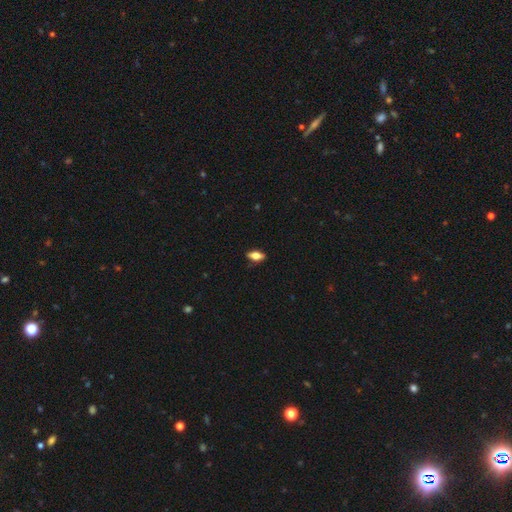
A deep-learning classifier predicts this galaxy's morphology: type=smooth (64%); roundness=in between (81%); merging=none (86%).